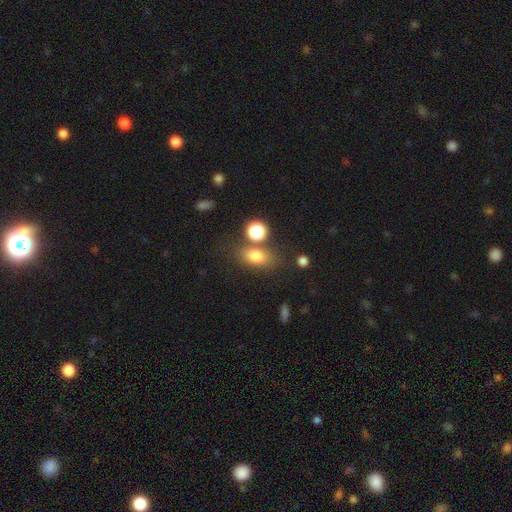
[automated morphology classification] Smooth or featured: smooth — 77% (star or artifact — 12%)
How rounded: in between — 74% (round — 21%)
Merging: none — 68% (minor disturbance — 13%)